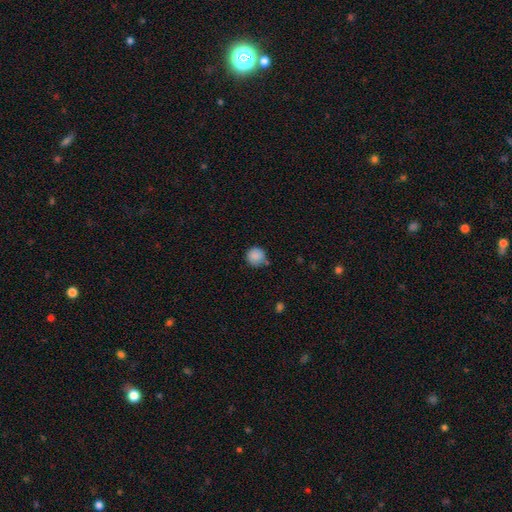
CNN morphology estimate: A smooth galaxy with no disk features (87%) that is round (94%). Merging: none (74%).